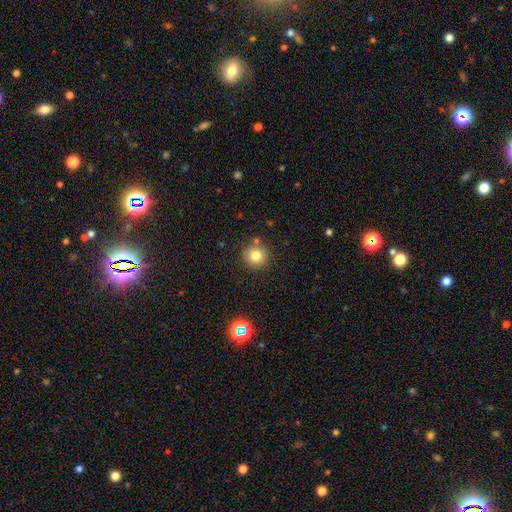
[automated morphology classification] Smooth or featured? smooth (80%)
How rounded? round (94%)
Merging? none (83%)